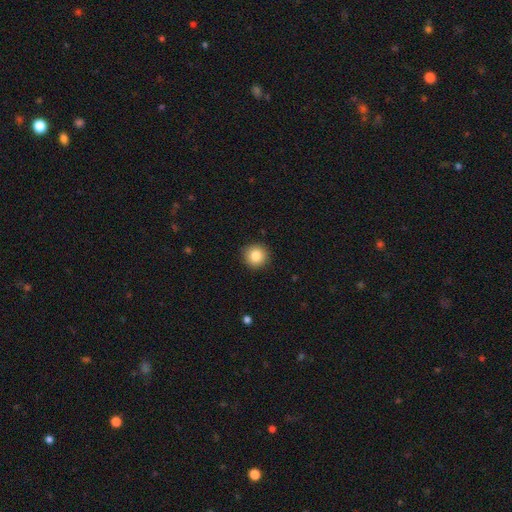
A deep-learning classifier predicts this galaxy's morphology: Smooth or featured?
  - smooth: 84% *
  - star or artifact: 9%
  - featured or disk: 6%
How rounded?
  - round: 94% *
  - in between: 5%
  - cigar-shaped: 1%
Merging?
  - none: 92% *
  - minor disturbance: 6%
  - major disturbance: 2%
  - merger: 1%